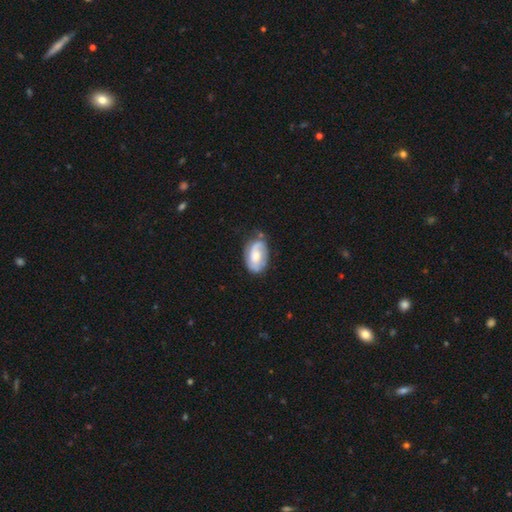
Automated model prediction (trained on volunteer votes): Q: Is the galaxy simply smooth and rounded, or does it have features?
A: featured or disk — 64%.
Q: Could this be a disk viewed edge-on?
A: no — 96%.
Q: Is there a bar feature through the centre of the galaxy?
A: no — 55%.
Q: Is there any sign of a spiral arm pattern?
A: yes — 85%.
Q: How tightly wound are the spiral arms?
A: medium — 40%.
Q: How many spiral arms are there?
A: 2 — 60%.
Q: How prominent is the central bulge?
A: moderate — 58%.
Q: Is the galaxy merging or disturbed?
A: none — 60%.